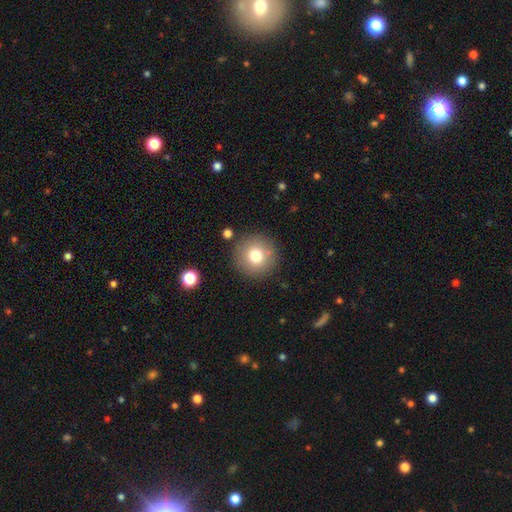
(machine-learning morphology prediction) Q: Smooth or featured?
A: smooth (77%); runner-up: featured or disk (13%)
Q: How rounded?
A: round (96%); runner-up: in between (3%)
Q: Merging?
A: none (87%); runner-up: minor disturbance (7%)